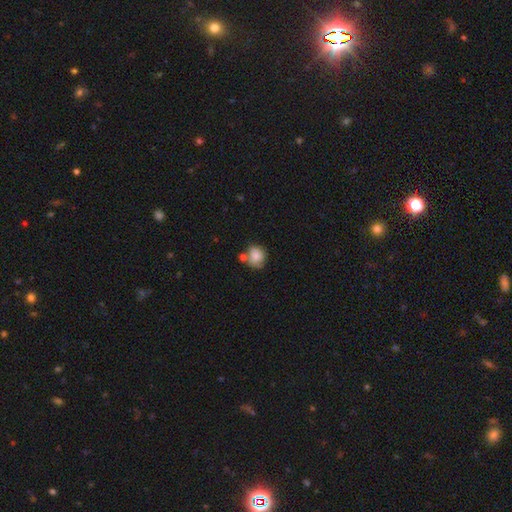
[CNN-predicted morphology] A smooth galaxy with no disk features (80%) that is round (69%).

Vote fractions:
- Smooth or featured? smooth: 80% / featured or disk: 11% / star or artifact: 9%
- How rounded? round: 69% / in between: 30% / cigar-shaped: 1%
- Merging? none: 52% / minor disturbance: 21% / merger: 20% / major disturbance: 6%